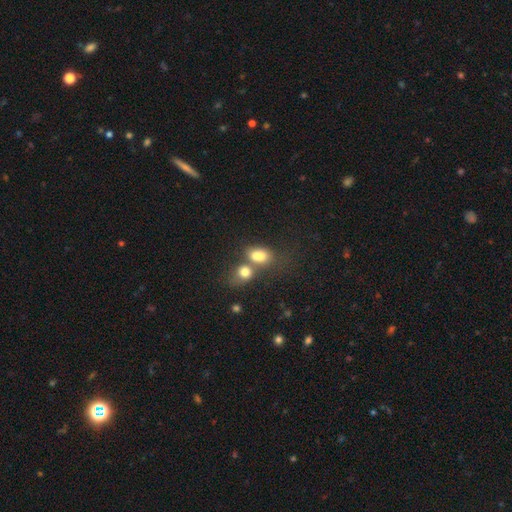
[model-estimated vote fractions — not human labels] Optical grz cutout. It shows a smooth galaxy with no disk features (76%) that is in between round and cigar-shaped (67%). Merging: merger (62%).